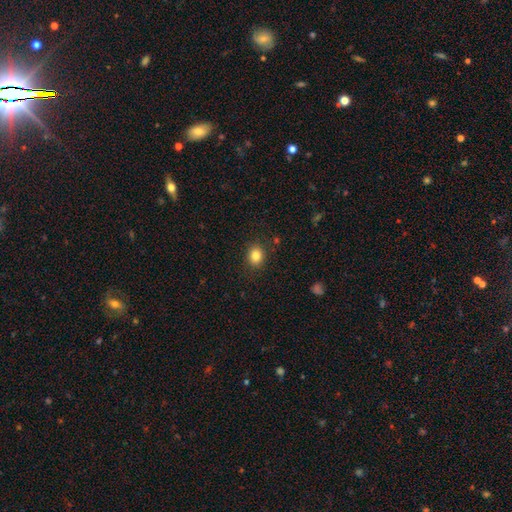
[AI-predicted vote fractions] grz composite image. It shows a smooth galaxy with no disk features (84%) that is round (62%). Merging: none (87%).